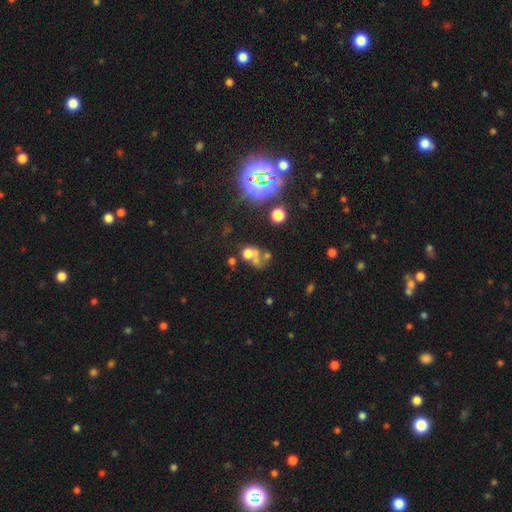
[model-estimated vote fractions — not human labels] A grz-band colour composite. It shows a smooth galaxy with no disk features (49%). Merging: merger (44%).